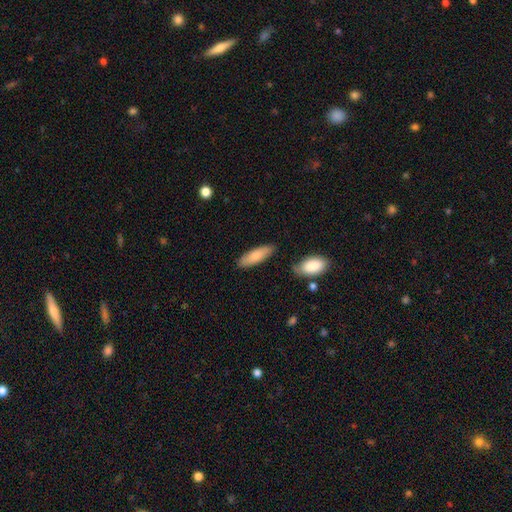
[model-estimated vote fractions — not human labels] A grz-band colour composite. It shows a smooth galaxy with no disk features (80%) that is in between round and cigar-shaped (59%). Merging: none (82%).